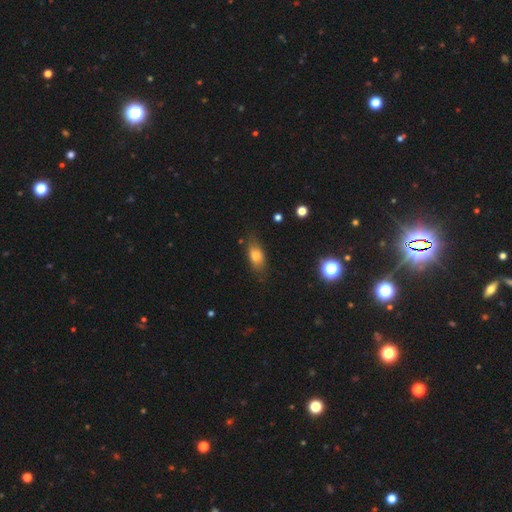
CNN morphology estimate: This appears to be a smooth galaxy with no disk features (74%) that is in between round and cigar-shaped (81%). Merging: none (74%).